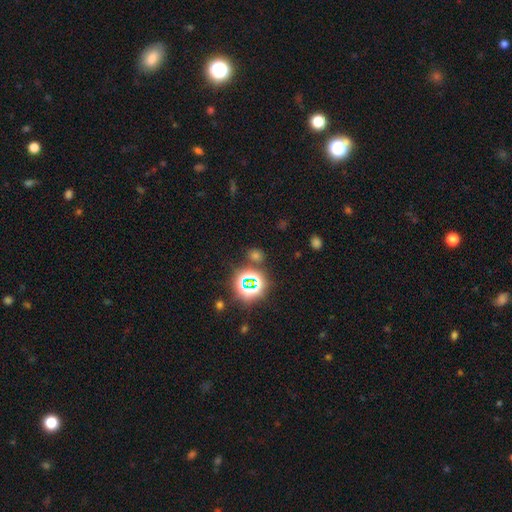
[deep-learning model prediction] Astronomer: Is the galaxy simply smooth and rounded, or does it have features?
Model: star or artifact — 54% (runner-up: smooth, 39%).